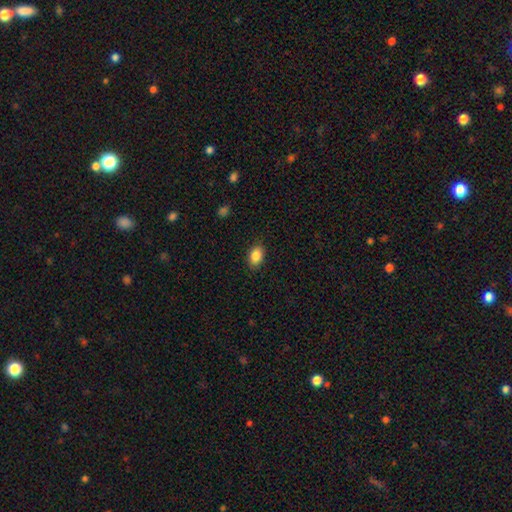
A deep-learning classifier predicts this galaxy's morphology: This appears to be a smooth galaxy with no disk features (86%) that is in between round and cigar-shaped (85%). Merging: none (87%).